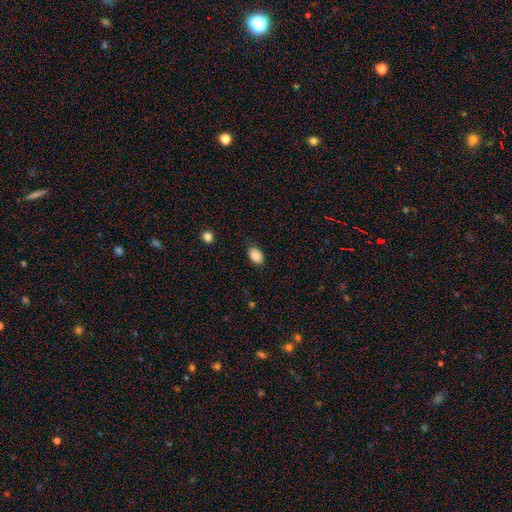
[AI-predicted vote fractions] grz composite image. It shows a smooth galaxy with no disk features (89%) that is in between round and cigar-shaped (84%). Merging: none (84%).